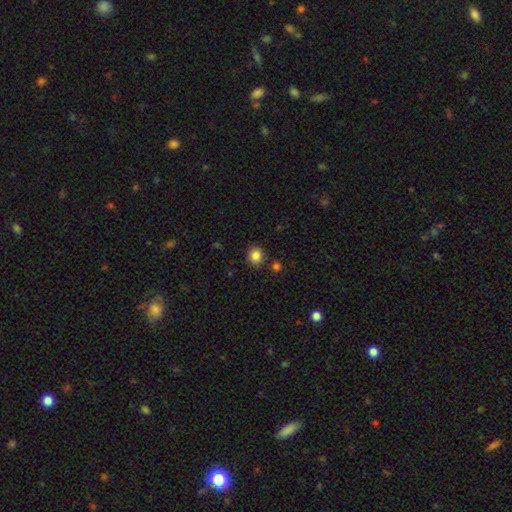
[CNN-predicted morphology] Smooth or featured?
  - smooth: 85% *
  - star or artifact: 11%
  - featured or disk: 4%
How rounded?
  - round: 85% *
  - in between: 14%
  - cigar-shaped: 1%
Merging?
  - none: 85% *
  - minor disturbance: 9%
  - merger: 4%
  - major disturbance: 2%